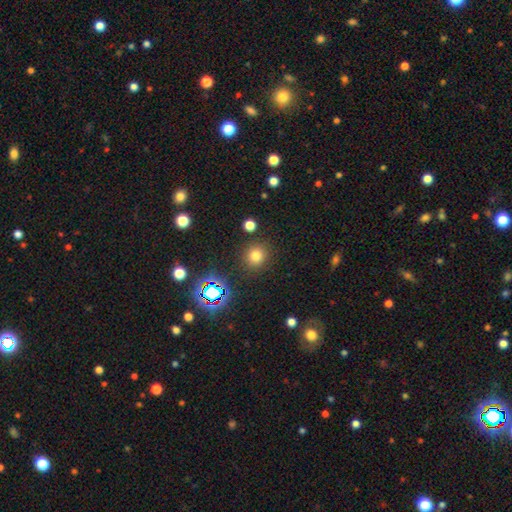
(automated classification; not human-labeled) Smooth or featured? smooth (73%)
How rounded? round (84%)
Merging? none (87%)